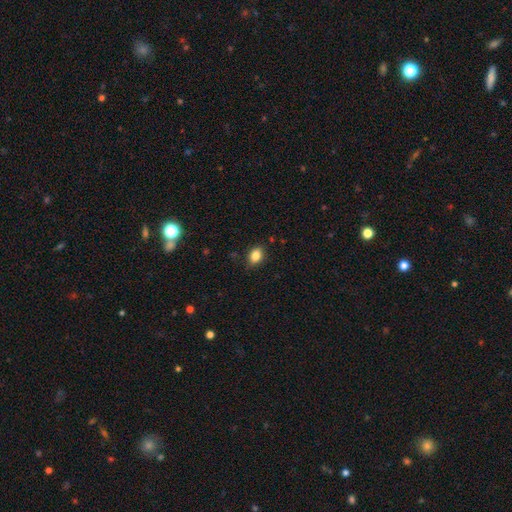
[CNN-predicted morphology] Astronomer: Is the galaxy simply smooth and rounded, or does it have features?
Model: smooth — 84%.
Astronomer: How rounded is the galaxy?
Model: in between — 77%.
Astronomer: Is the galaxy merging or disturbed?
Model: none — 84%.